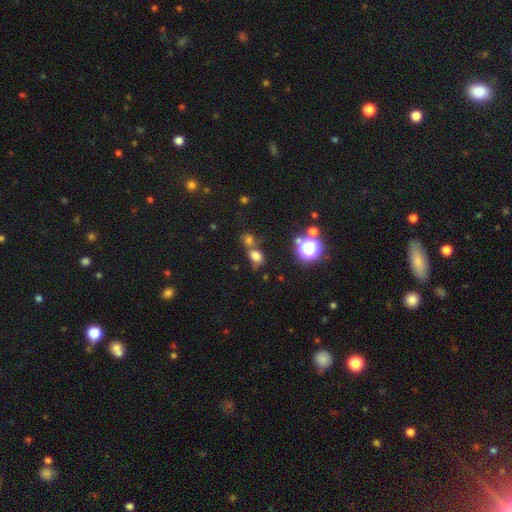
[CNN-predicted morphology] smooth-or-featured: smooth: 71% | star or artifact: 20% | featured or disk: 9%
  how-rounded: in between: 60% | round: 38% | cigar-shaped: 2%
  merging: none: 43% | merger: 38% | minor disturbance: 13% | major disturbance: 6%